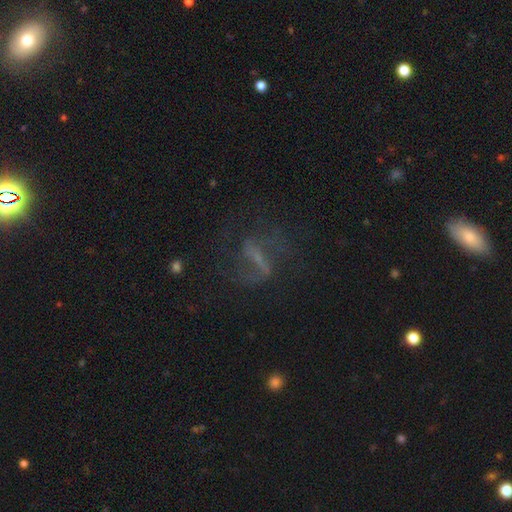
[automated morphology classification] A featured or disk galaxy (62%) with a strong bar (54%), spiral arms (70%) and no central bulge (52%). Merging: none (58%).